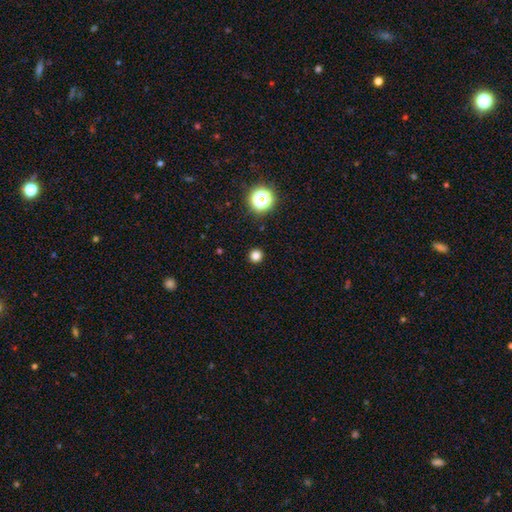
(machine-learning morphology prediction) smooth 79%, star or artifact 17%, featured or disk 4%. Down the decision tree: how rounded — round (95%); merging — none (92%).